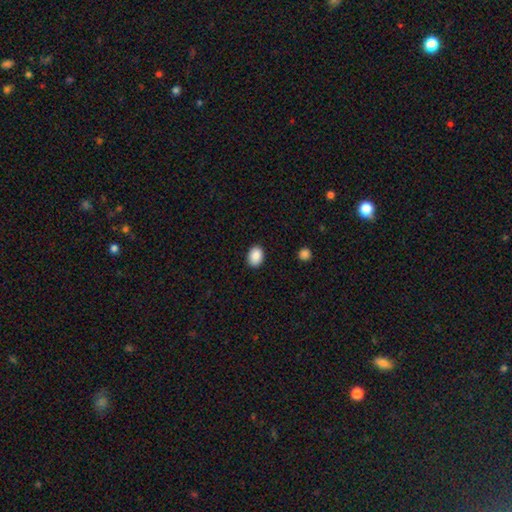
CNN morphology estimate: Smooth or featured: smooth — 89% (star or artifact — 8%)
How rounded: in between — 71% (round — 28%)
Merging: none — 89% (minor disturbance — 8%)